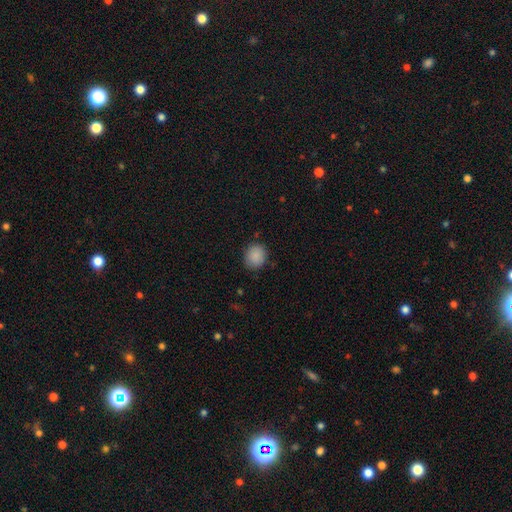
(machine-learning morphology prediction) type=smooth (88%); roundness=round (78%); merging=none (86%).